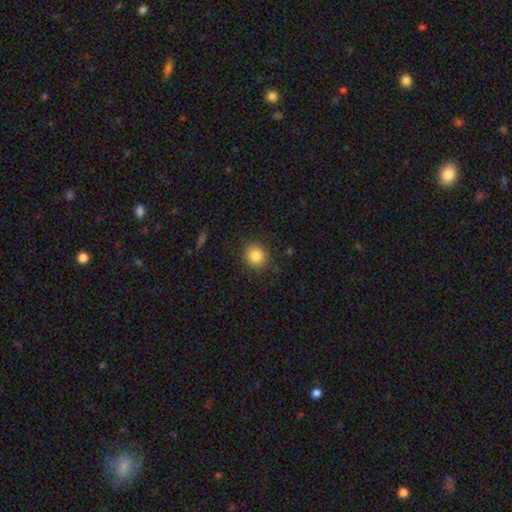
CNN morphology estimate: Smooth or featured: smooth — 85% (star or artifact — 10%)
How rounded: round — 92% (in between — 7%)
Merging: none — 89% (minor disturbance — 7%)